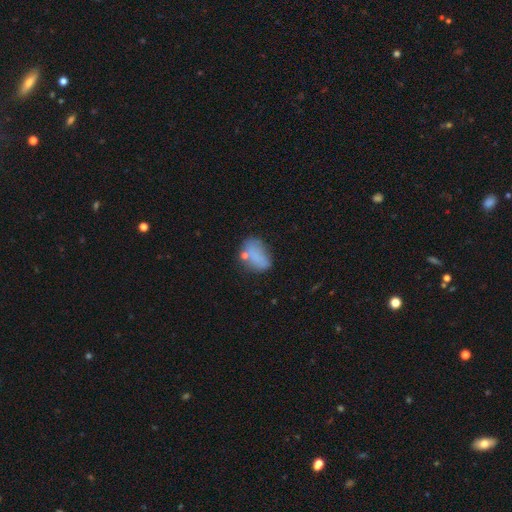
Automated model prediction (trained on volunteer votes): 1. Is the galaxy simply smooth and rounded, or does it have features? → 69% smooth, 19% featured or disk, 12% star or artifact.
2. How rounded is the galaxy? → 82% in between, 15% round, 3% cigar-shaped.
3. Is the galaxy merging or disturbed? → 48% none, 28% minor disturbance, 15% major disturbance, 10% merger.